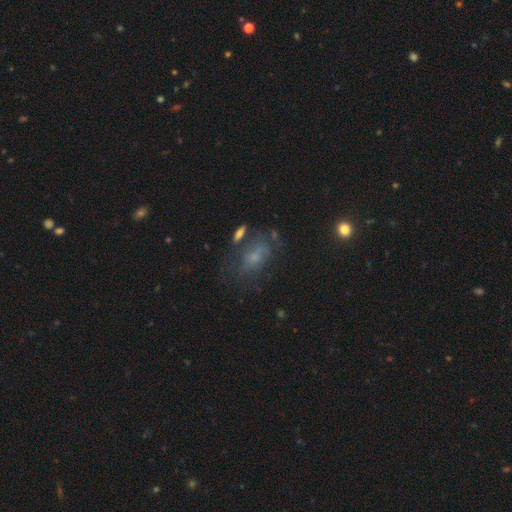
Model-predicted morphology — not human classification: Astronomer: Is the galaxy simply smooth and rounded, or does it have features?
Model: smooth — 51% (runner-up: featured or disk, 31%).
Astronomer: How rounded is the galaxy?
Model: in between — 82%.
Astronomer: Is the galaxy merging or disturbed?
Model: none — 47% (runner-up: minor disturbance, 23%).